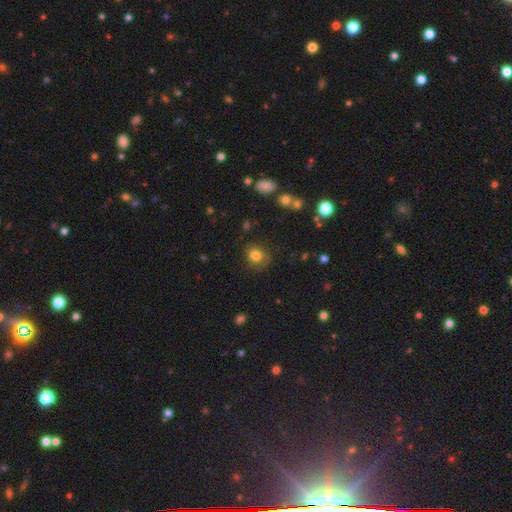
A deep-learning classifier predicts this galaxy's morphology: The model was most divided on "how rounded": round: 72%, in between: 28%, cigar-shaped: 1%. More confident: smooth or featured — smooth (80%); merging — none (72%).